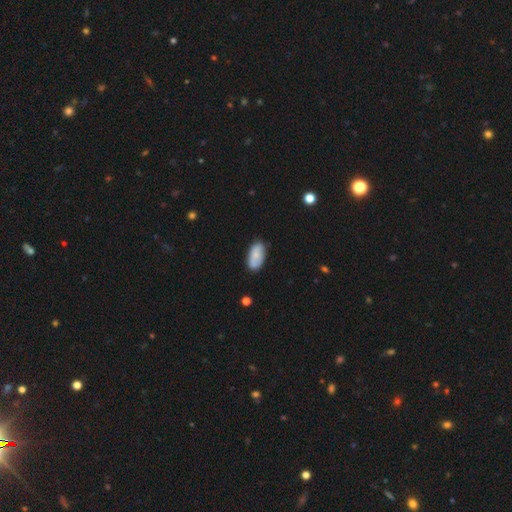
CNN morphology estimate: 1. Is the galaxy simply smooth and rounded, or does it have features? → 71% smooth, 23% featured or disk, 7% star or artifact.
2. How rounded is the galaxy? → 93% in between, 4% cigar-shaped, 3% round.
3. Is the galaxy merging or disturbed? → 73% none, 19% minor disturbance, 4% merger, 4% major disturbance.